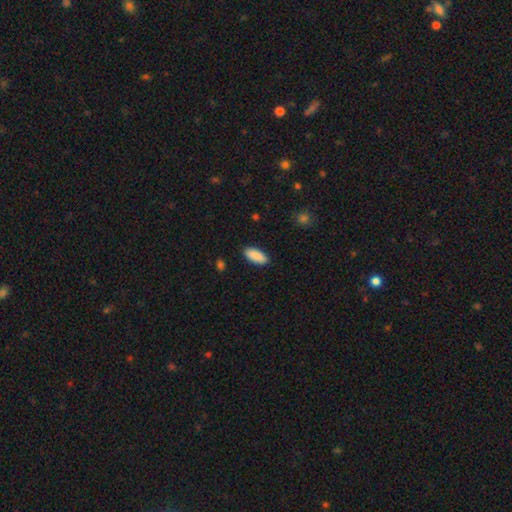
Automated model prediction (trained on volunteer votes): This is clearly a smooth galaxy (90%). How rounded: clearly in between (87%). Merging: clearly none (89%).